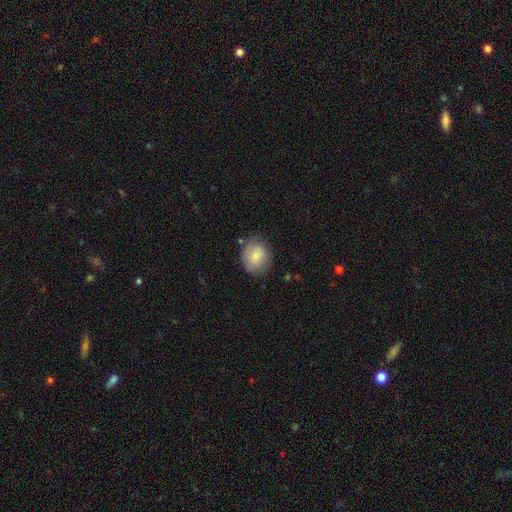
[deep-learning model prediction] A smooth galaxy with no disk features (82%) that is round (63%). Merging: none (74%).